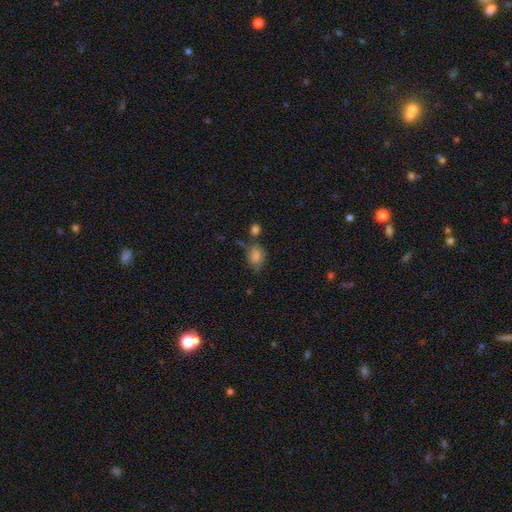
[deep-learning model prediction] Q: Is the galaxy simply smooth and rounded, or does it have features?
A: smooth — 73%.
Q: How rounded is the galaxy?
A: in between — 55%.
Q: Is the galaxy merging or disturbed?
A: none — 53%.